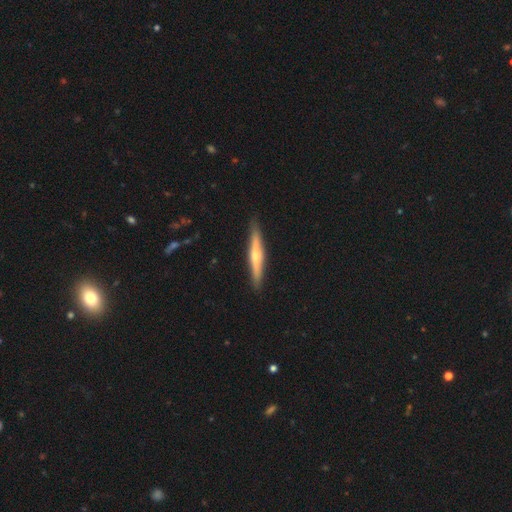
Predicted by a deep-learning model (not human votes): Smooth or featured: featured or disk — 62% (smooth — 31%)
Edge-on disk: yes — 95% (no — 5%)
Edge-on bulge: rounded — 78% (none — 17%)
Merging: none — 89% (minor disturbance — 9%)